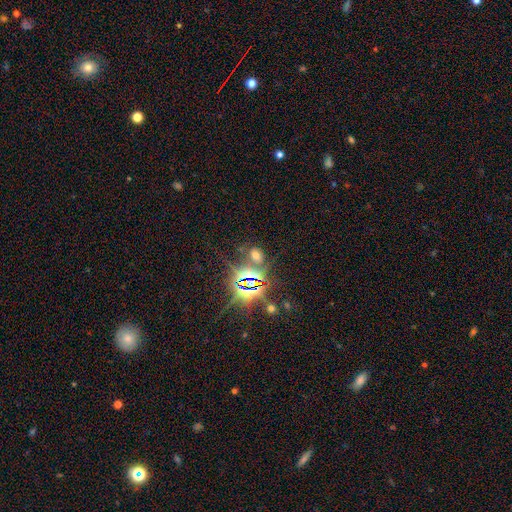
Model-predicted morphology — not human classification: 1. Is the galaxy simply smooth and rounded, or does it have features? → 53% star or artifact, 38% smooth, 9% featured or disk.